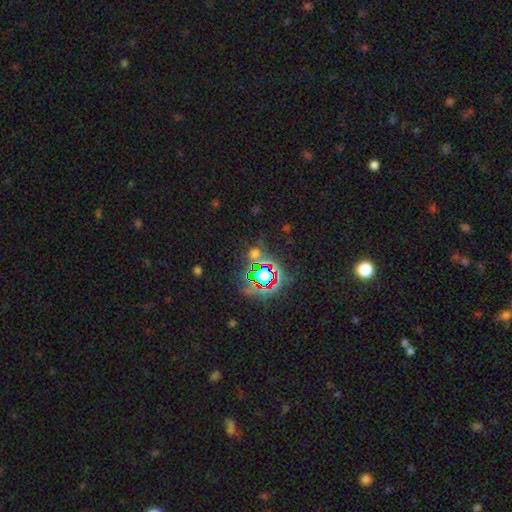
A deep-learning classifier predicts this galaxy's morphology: Smooth or featured? Predicted: star or artifact (p=0.74).